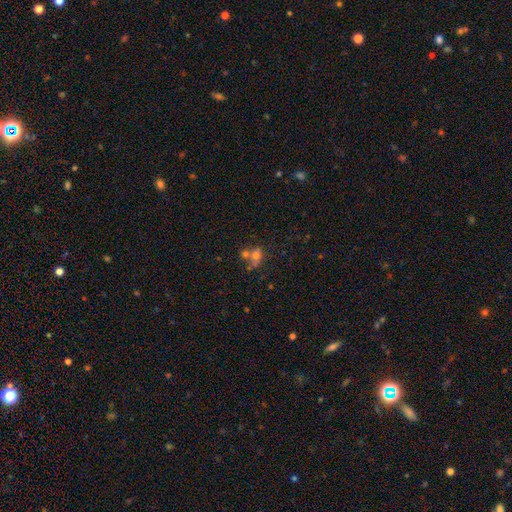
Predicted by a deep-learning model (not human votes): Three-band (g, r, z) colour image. It shows a smooth galaxy with no disk features (62%) that is in between round and cigar-shaped (60%). Merging: merger (47%).